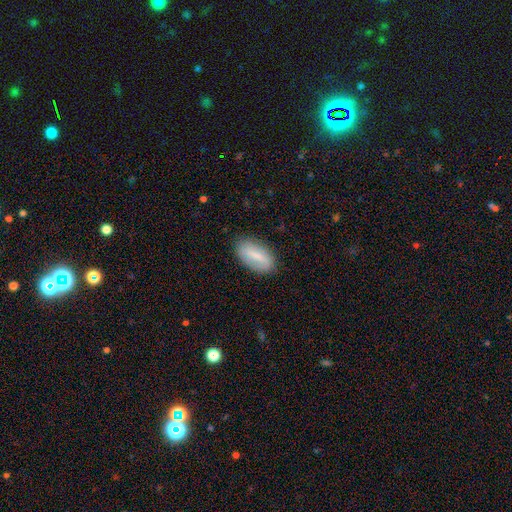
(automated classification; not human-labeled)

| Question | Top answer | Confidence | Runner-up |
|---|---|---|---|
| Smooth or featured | smooth | 68% | featured or disk (25%) |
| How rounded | in between | 90% | cigar-shaped (7%) |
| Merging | none | 83% | minor disturbance (13%) |